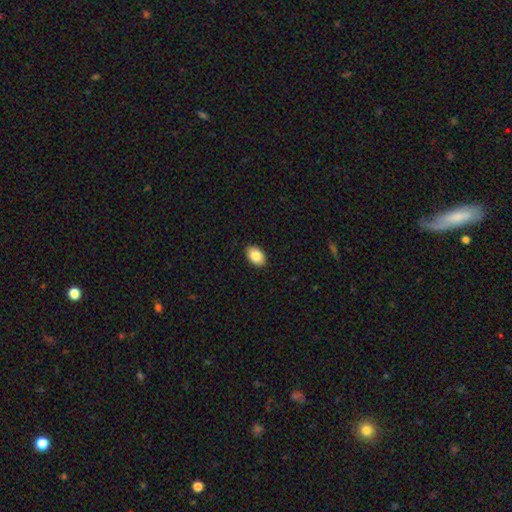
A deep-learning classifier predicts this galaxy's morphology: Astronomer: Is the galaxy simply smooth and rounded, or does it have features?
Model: smooth — 85%.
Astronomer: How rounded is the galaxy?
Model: in between — 87%.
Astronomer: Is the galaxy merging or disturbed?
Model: none — 89%.